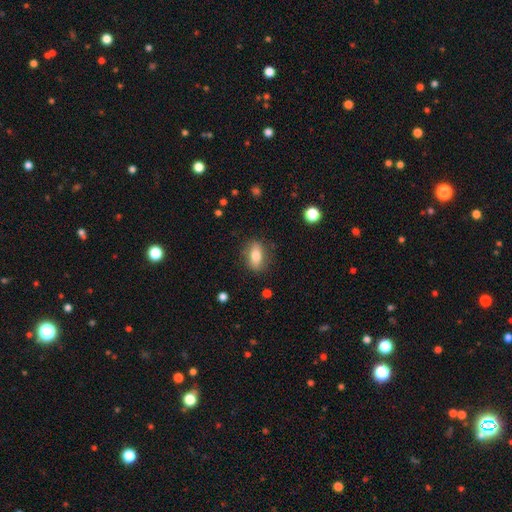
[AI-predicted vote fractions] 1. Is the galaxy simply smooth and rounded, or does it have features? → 74% smooth, 18% featured or disk, 8% star or artifact.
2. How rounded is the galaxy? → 79% in between, 12% round, 10% cigar-shaped.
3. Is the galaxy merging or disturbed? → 82% none, 13% minor disturbance, 4% major disturbance, 1% merger.